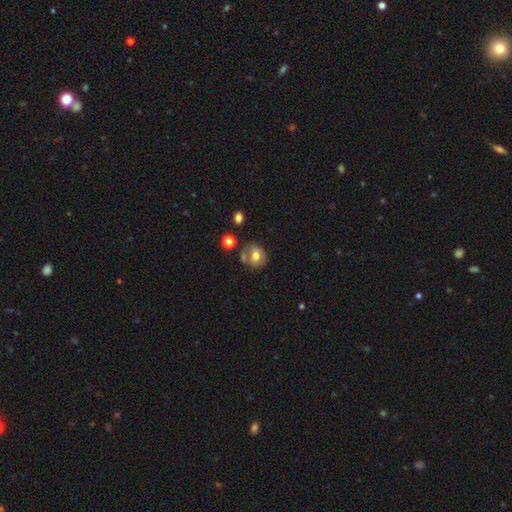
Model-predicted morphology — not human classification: smooth_or_featured: smooth (p=0.64) [alt: featured or disk p=0.27]
how_rounded: round (p=0.64) [alt: in between p=0.35]
merging: none (p=0.54) [alt: minor disturbance p=0.20]